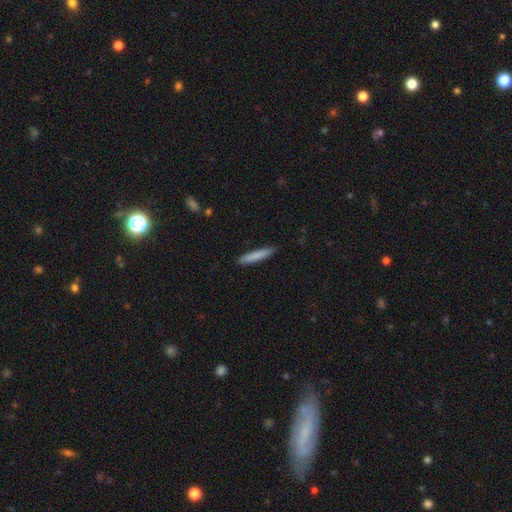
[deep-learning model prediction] This is clearly a smooth galaxy (84%). How rounded: clearly cigar-shaped (91%). Merging: clearly none (90%).